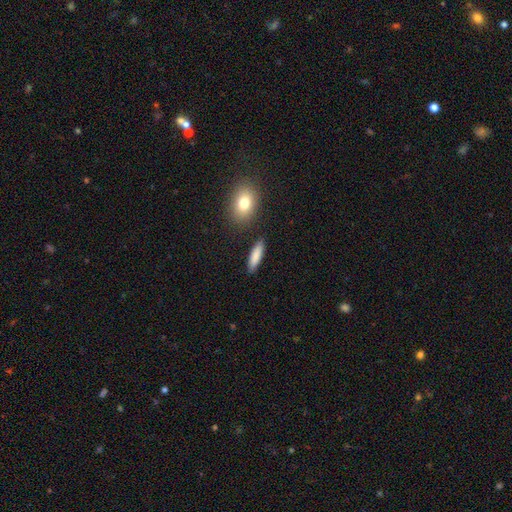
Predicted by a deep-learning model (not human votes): Smooth or featured? smooth (85%)
How rounded? cigar-shaped (62%)
Merging? none (86%)